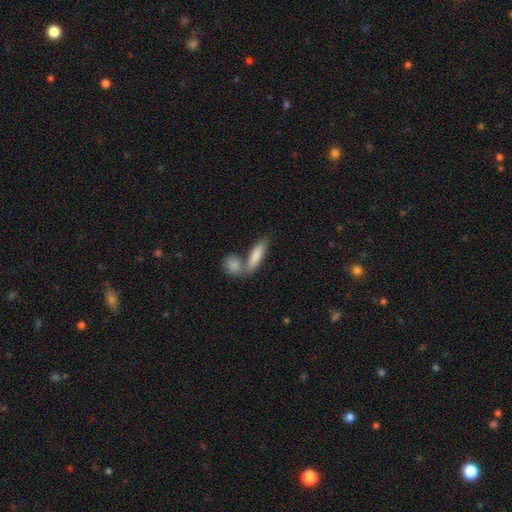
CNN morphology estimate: Smooth or featured? Predicted: smooth (p=0.72). How rounded? Predicted: cigar-shaped (p=0.54). Merging? Predicted: none (p=0.48).